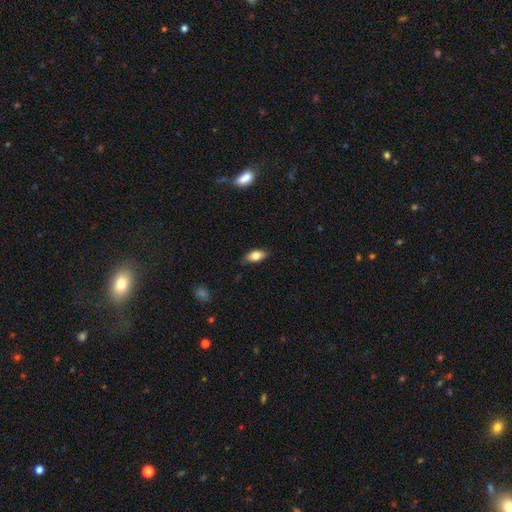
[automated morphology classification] A smooth galaxy with no disk features (79%) that is in between round and cigar-shaped (87%).

Vote fractions:
- Smooth or featured? smooth: 79% / featured or disk: 13% / star or artifact: 7%
- How rounded? in between: 87% / cigar-shaped: 8% / round: 4%
- Merging? none: 83% / minor disturbance: 14% / major disturbance: 2% / merger: 1%